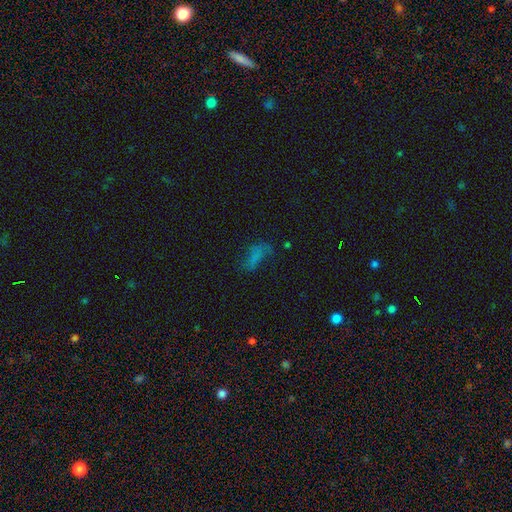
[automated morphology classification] Overall: smooth (56%; featured or disk 22%). How rounded: in between (75%). Merging: none (42%; major disturbance 28%).